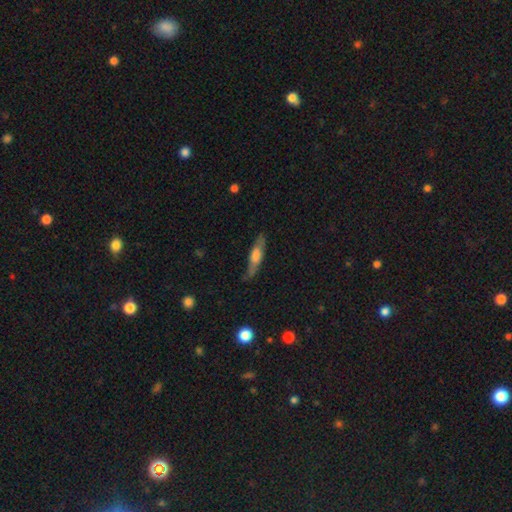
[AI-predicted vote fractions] Overall: smooth (47%; featured or disk 46%). Merging: none (76%).